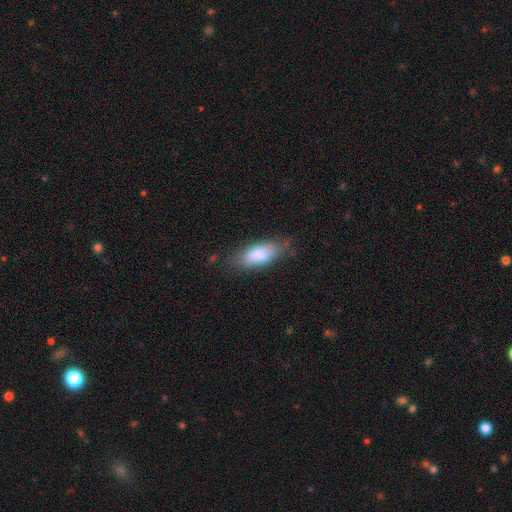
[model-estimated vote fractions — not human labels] This is clearly a smooth galaxy (80%). How rounded: likely in between (78%). Merging: likely none (70%).